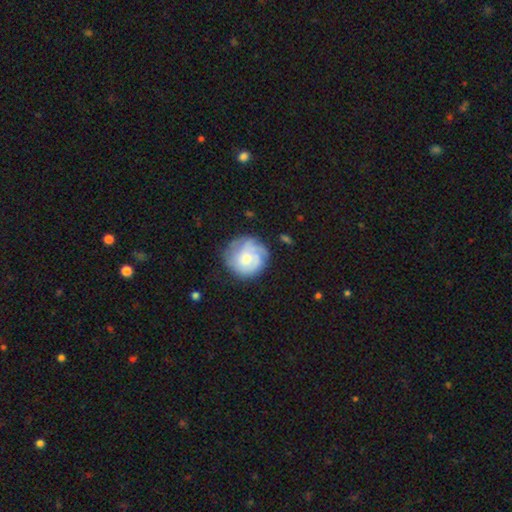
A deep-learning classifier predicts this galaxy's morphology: Smooth or featured? Predicted: smooth (p=0.50). How rounded? Predicted: round (p=0.93). Merging? Predicted: none (p=0.85).